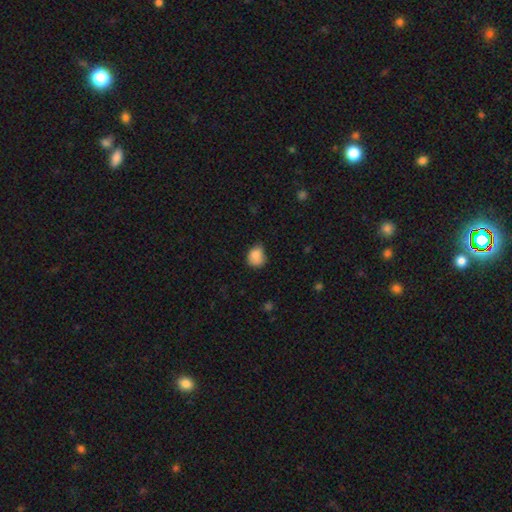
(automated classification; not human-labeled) Smooth or featured?
  - smooth: 85% *
  - star or artifact: 9%
  - featured or disk: 6%
How rounded?
  - round: 58% *
  - in between: 42%
  - cigar-shaped: 1%
Merging?
  - none: 53% *
  - minor disturbance: 37%
  - major disturbance: 8%
  - merger: 2%